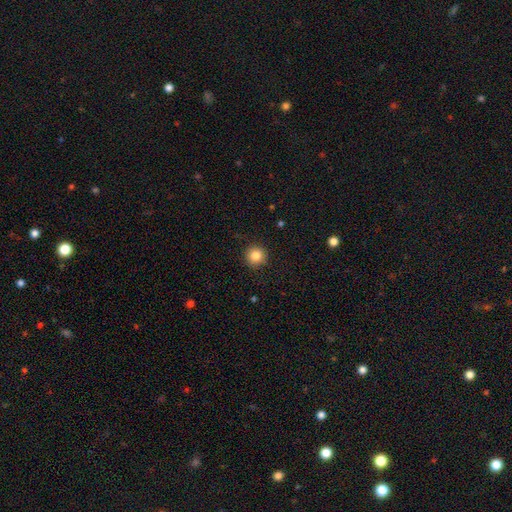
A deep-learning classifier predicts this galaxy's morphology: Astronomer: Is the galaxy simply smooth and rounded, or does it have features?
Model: smooth — 84%.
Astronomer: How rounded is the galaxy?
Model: round — 95%.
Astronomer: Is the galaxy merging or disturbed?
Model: none — 91%.